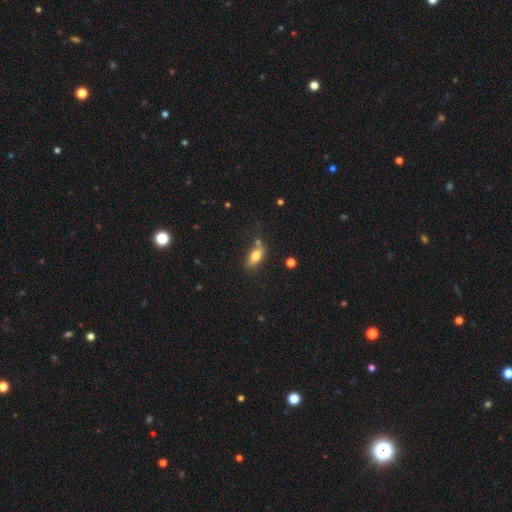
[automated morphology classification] Smooth or featured?
  - smooth: 79% *
  - featured or disk: 13%
  - star or artifact: 8%
How rounded?
  - in between: 85% *
  - cigar-shaped: 10%
  - round: 5%
Merging?
  - none: 64% *
  - minor disturbance: 20%
  - merger: 11%
  - major disturbance: 6%